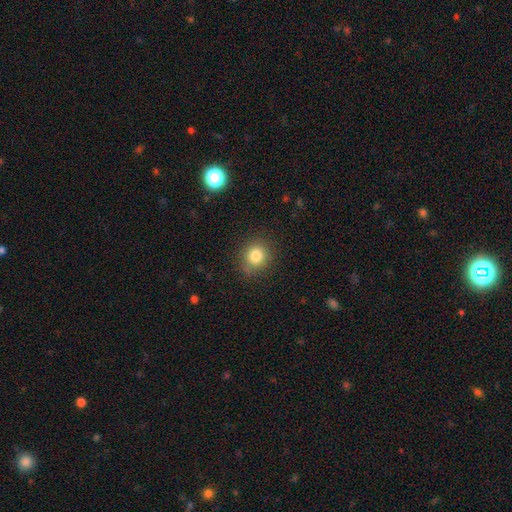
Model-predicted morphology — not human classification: This appears to be a smooth galaxy with no disk features (82%) that is round (81%). Merging: none (84%).